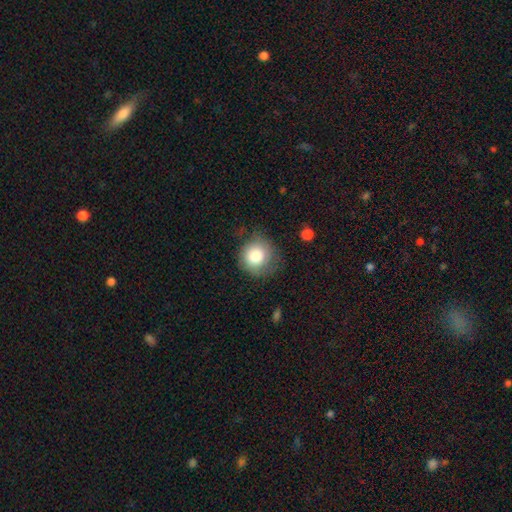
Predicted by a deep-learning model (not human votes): This appears to be a smooth galaxy with no disk features (83%) that is round (89%). Merging: none (65%).